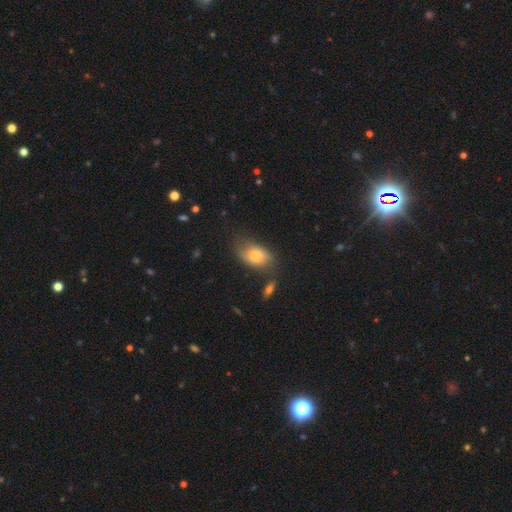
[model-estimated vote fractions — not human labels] A smooth galaxy with no disk features (71%) that is in between round and cigar-shaped (87%). Merging: none (62%).